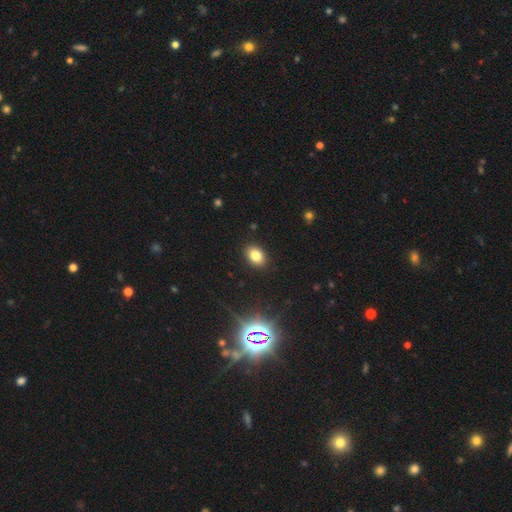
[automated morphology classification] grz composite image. It shows a smooth galaxy with no disk features (80%) that is in between round and cigar-shaped (78%). Merging: none (90%).